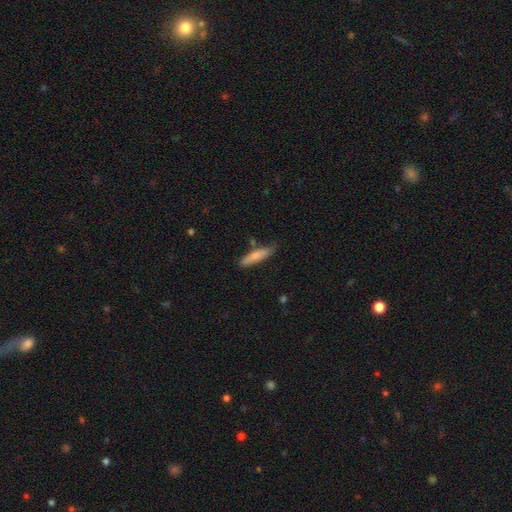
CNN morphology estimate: Overall: smooth (79%). How rounded: cigar-shaped (78%). Merging: none (73%).